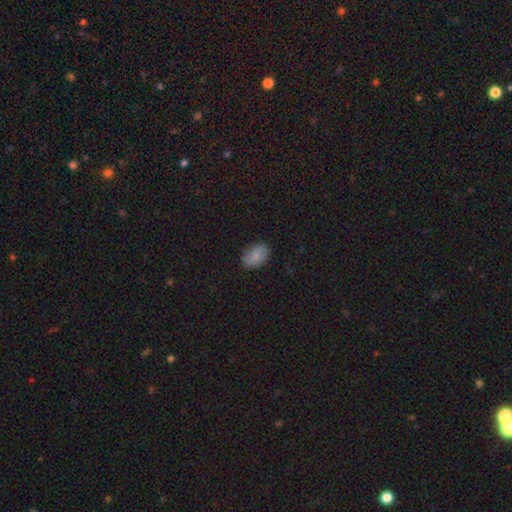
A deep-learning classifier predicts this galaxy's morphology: type=smooth (85%); roundness=in between (88%); merging=none (83%).